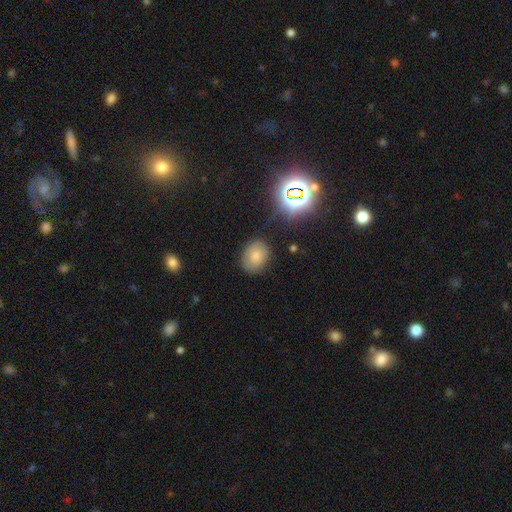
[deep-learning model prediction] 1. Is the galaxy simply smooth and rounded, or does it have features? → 76% smooth, 14% star or artifact, 10% featured or disk.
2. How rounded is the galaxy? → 53% in between, 46% round, 1% cigar-shaped.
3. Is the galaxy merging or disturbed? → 80% none, 14% minor disturbance, 4% major disturbance, 2% merger.